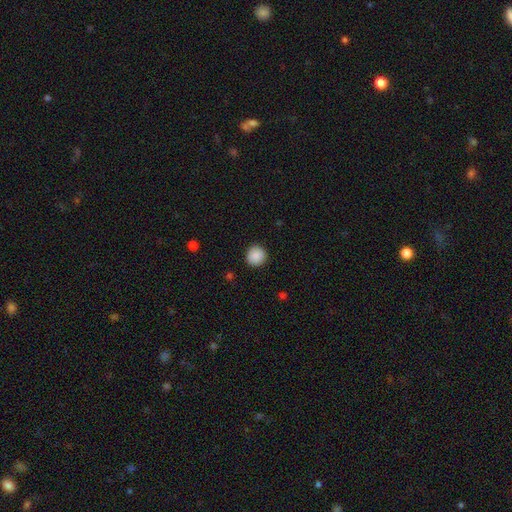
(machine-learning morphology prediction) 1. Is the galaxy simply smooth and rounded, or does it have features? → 89% smooth, 8% star or artifact, 3% featured or disk.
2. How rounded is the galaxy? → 94% round, 5% in between, 1% cigar-shaped.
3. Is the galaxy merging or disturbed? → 91% none, 6% minor disturbance, 2% major disturbance, 1% merger.